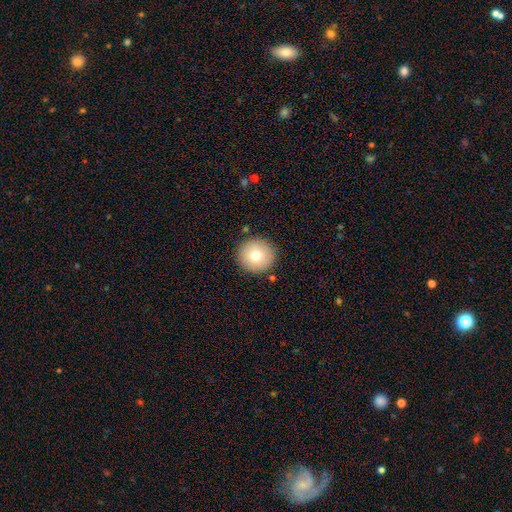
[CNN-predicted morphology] Q: Smooth or featured?
A: smooth (75%); runner-up: featured or disk (15%)
Q: How rounded?
A: round (95%); runner-up: in between (4%)
Q: Merging?
A: none (89%); runner-up: minor disturbance (7%)